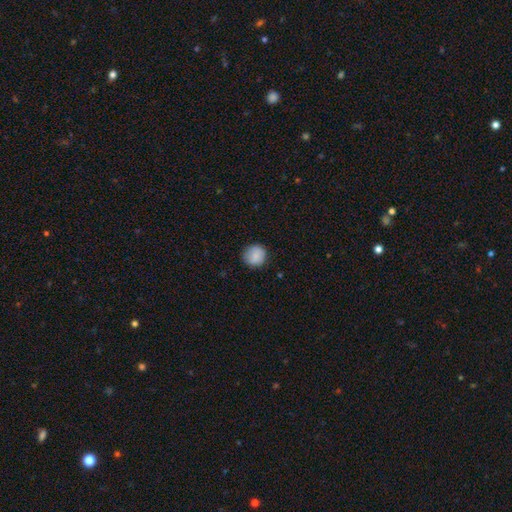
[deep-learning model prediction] smooth 86%, star or artifact 8%, featured or disk 6%. Down the decision tree: how rounded — round (92%); merging — none (86%).